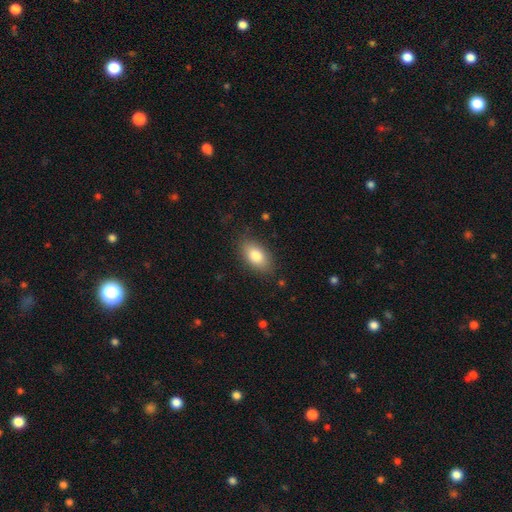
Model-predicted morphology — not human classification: smooth_or_featured: smooth (p=0.82) [alt: featured or disk p=0.11]
how_rounded: in between (p=0.91) [alt: round p=0.05]
merging: none (p=0.84) [alt: minor disturbance p=0.12]